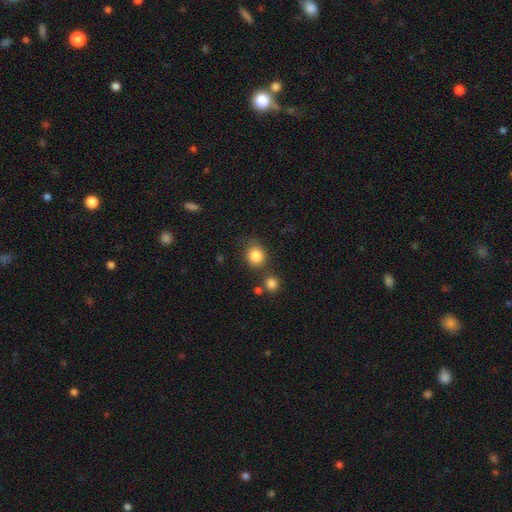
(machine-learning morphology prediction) Q: Smooth or featured?
A: smooth (85%); runner-up: star or artifact (10%)
Q: How rounded?
A: round (75%); runner-up: in between (24%)
Q: Merging?
A: none (73%); runner-up: minor disturbance (13%)